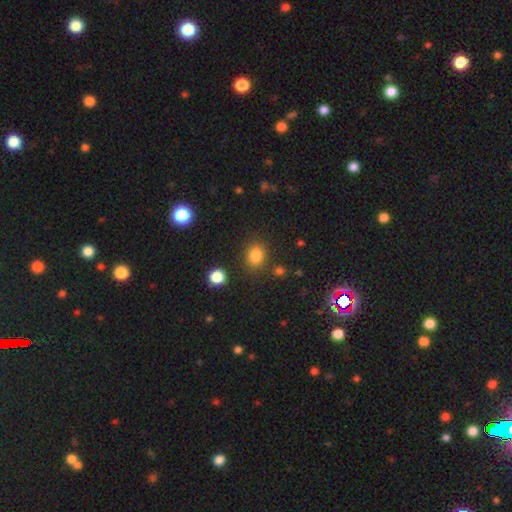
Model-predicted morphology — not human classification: Q: Smooth or featured?
A: smooth (82%); runner-up: star or artifact (13%)
Q: How rounded?
A: round (62%); runner-up: in between (37%)
Q: Merging?
A: none (82%); runner-up: minor disturbance (10%)